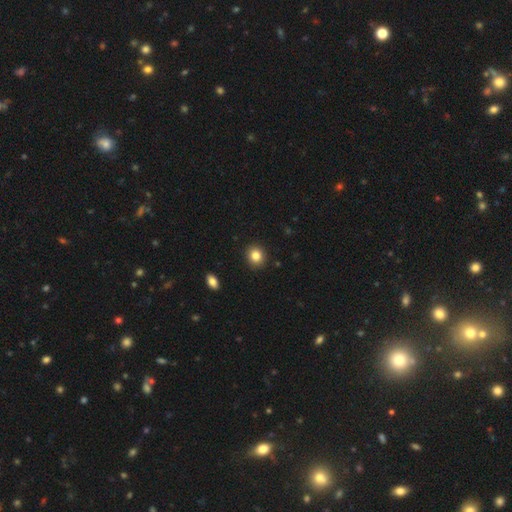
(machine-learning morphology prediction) smooth_or_featured: smooth (p=0.84) [alt: star or artifact p=0.10]
how_rounded: round (p=0.81) [alt: in between p=0.18]
merging: none (p=0.91) [alt: minor disturbance p=0.06]